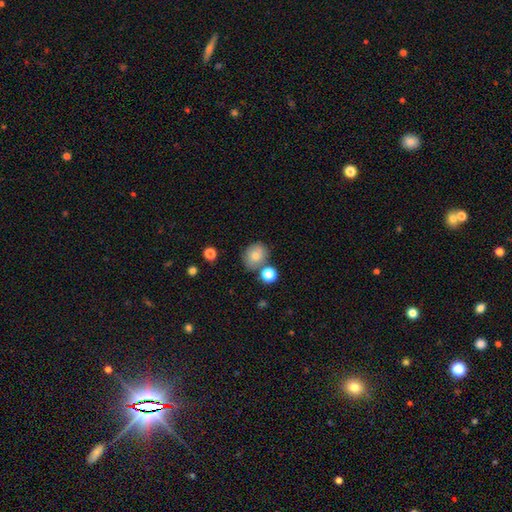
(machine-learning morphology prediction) This appears to be a smooth galaxy with no disk features (78%) that is round (65%). Merging: none (66%).